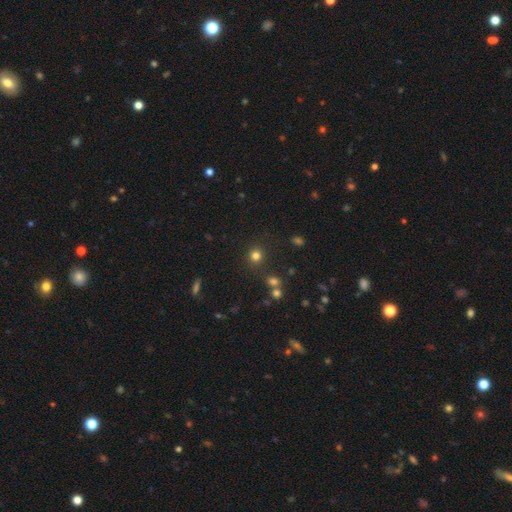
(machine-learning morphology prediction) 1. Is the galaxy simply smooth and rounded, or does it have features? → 77% smooth, 18% star or artifact, 6% featured or disk.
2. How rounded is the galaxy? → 90% round, 9% in between, 1% cigar-shaped.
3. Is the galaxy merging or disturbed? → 83% none, 8% minor disturbance, 6% merger, 3% major disturbance.